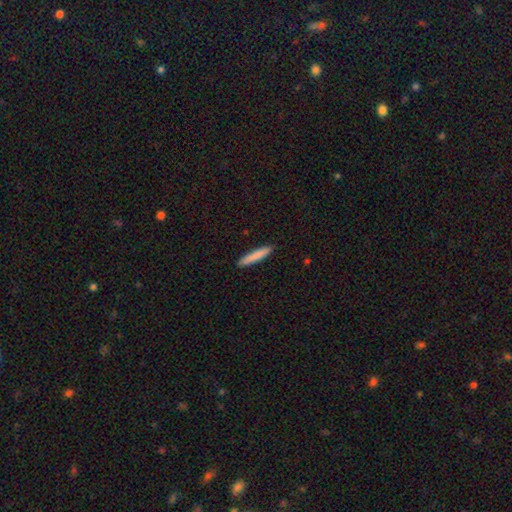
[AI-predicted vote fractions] Overall: smooth (83%). How rounded: cigar-shaped (93%). Merging: none (91%).